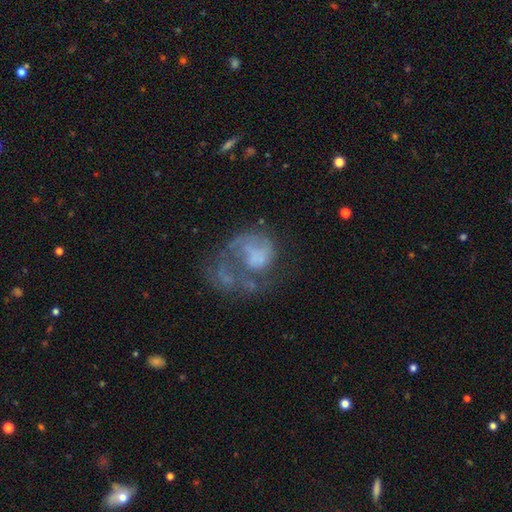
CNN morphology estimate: smooth-or-featured: featured or disk: 63% | smooth: 27% | star or artifact: 11%
  disk-edge-on: no: 98% | yes: 2%
    bar: no: 80% | weak: 17% | strong: 3%
    has-spiral-arms: yes: 54% | no: 46%
    bulge-size: none: 53% | moderate: 18% | small: 18% | large: 8% | dominant: 2%
  merging: major disturbance: 49% | none: 25% | minor disturbance: 14% | merger: 11%